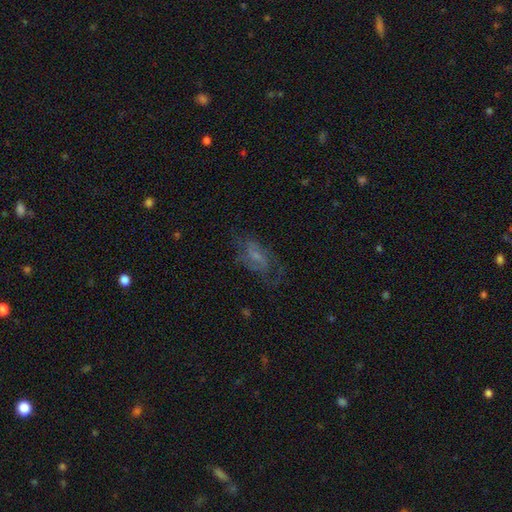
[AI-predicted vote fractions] This is likely a featured or disk galaxy (63%). It is clearly not viewed edge-on (95%). Bar: possibly weak (47%). Spiral arm pattern: likely yes (80%). Central bulge: possibly small (52%). Merging: possibly none (56%).